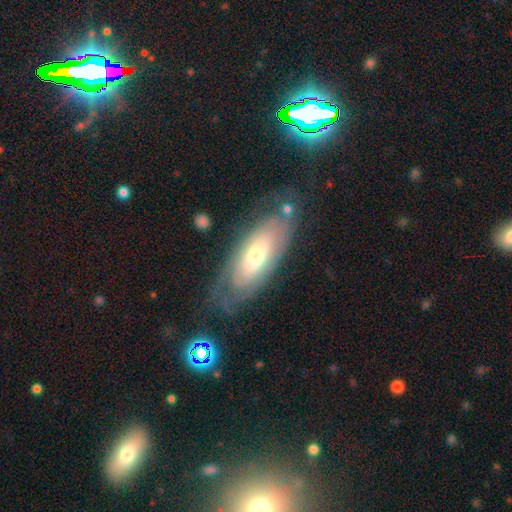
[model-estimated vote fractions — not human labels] smooth_or_featured: featured or disk (p=0.61) [alt: smooth p=0.33]
disk_edge_on: no (p=0.82) [alt: yes p=0.18]
bar: no (p=0.69) [alt: weak p=0.23]
has_spiral_arms: yes (p=0.67) [alt: no p=0.33]
bulge_size: moderate (p=0.58) [alt: small p=0.27]
merging: none (p=0.67) [alt: minor disturbance p=0.19]